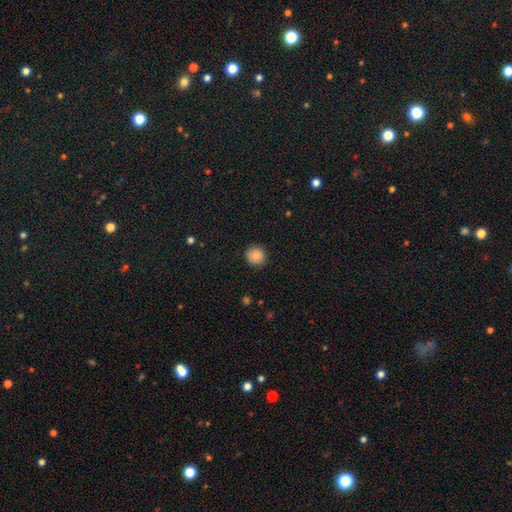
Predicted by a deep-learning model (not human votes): This appears to be a smooth galaxy with no disk features (88%) that is round (93%). Merging: none (91%).